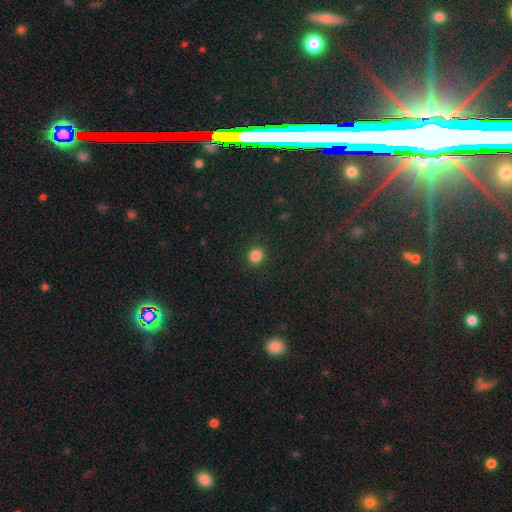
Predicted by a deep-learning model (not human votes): This is clearly a smooth galaxy (85%). How rounded: clearly round (81%). Merging: clearly none (89%).